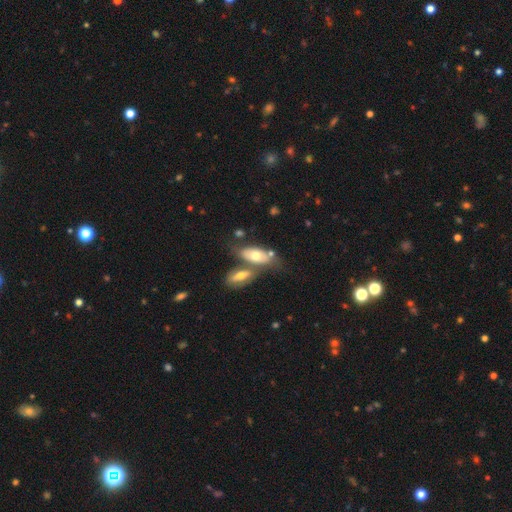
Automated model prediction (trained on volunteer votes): Overall: smooth (59%; featured or disk 35%). How rounded: in between (84%). Merging: none (42%; merger 40%).